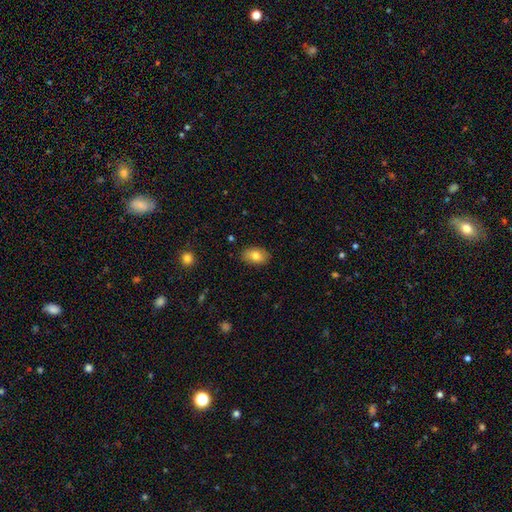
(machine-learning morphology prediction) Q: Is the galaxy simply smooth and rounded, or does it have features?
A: smooth — 80%.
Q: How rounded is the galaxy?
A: in between — 88%.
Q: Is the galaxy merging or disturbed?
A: none — 87%.